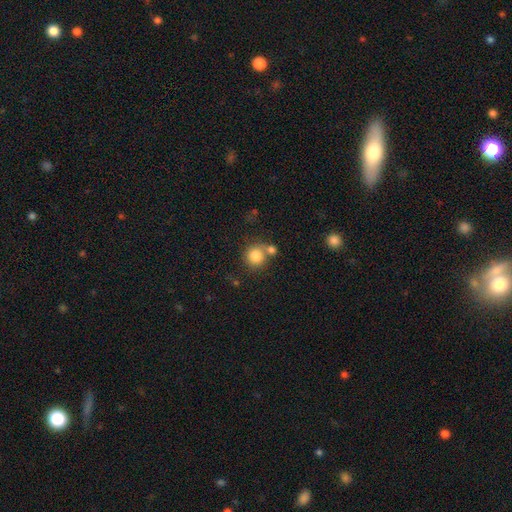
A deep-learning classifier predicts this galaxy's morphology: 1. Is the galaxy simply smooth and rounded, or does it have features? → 83% smooth, 10% star or artifact, 7% featured or disk.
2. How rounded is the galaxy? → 90% round, 10% in between, 1% cigar-shaped.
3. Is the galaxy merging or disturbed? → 55% none, 30% merger, 11% minor disturbance, 5% major disturbance.